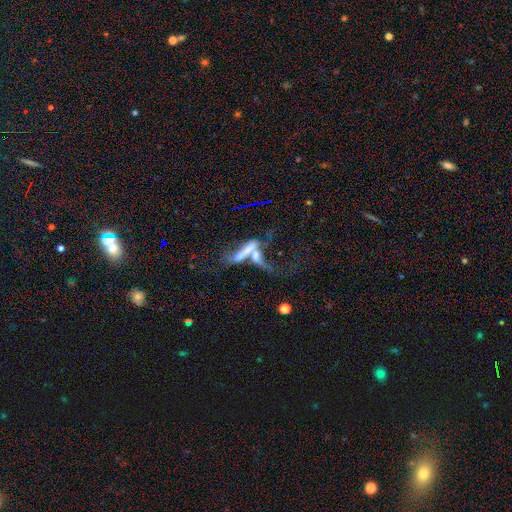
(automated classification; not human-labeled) smooth-or-featured: featured or disk: 50% | smooth: 37% | star or artifact: 13%
  merging: merger: 66% | major disturbance: 14% | none: 14% | minor disturbance: 6%